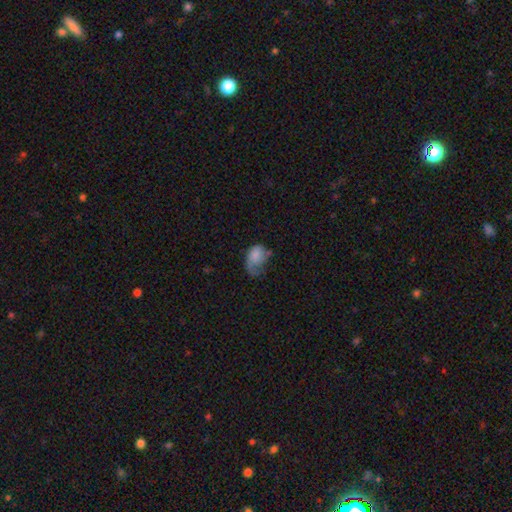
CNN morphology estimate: Overall: smooth (67%). How rounded: in between (80%). Merging: major disturbance (46%; minor disturbance 29%).